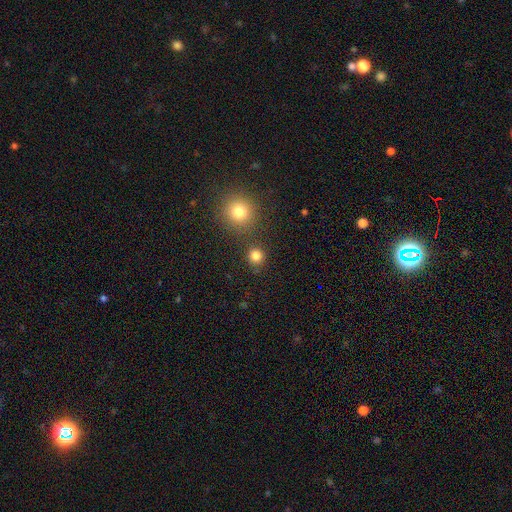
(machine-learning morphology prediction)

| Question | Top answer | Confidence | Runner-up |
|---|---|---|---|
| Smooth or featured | smooth | 82% | star or artifact (14%) |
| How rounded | round | 91% | in between (8%) |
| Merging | none | 84% | merger (7%) |